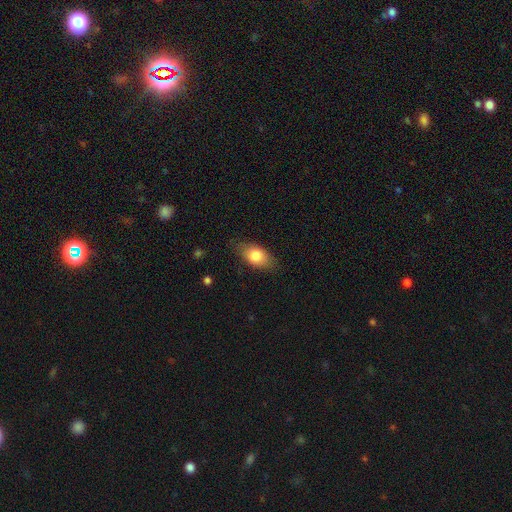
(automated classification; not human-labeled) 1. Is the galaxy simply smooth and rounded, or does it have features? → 80% smooth, 14% featured or disk, 7% star or artifact.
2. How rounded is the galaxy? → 87% in between, 8% round, 5% cigar-shaped.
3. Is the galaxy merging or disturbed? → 78% none, 17% minor disturbance, 4% major disturbance, 1% merger.